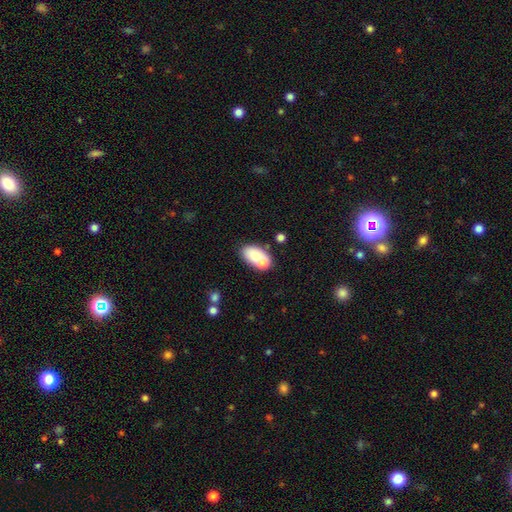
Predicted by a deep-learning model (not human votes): Q: Smooth or featured?
A: smooth (76%); runner-up: featured or disk (17%)
Q: How rounded?
A: in between (92%); runner-up: round (5%)
Q: Merging?
A: none (50%); runner-up: merger (29%)